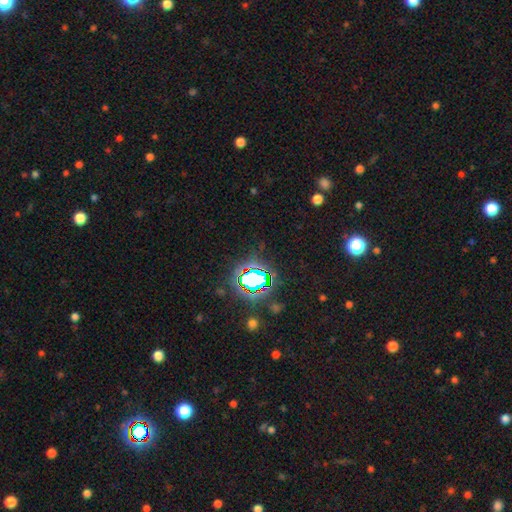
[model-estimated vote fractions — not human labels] A star or artifact, not a galaxy (79%).

Vote fractions:
- Smooth or featured? star or artifact: 79% / smooth: 13% / featured or disk: 8%